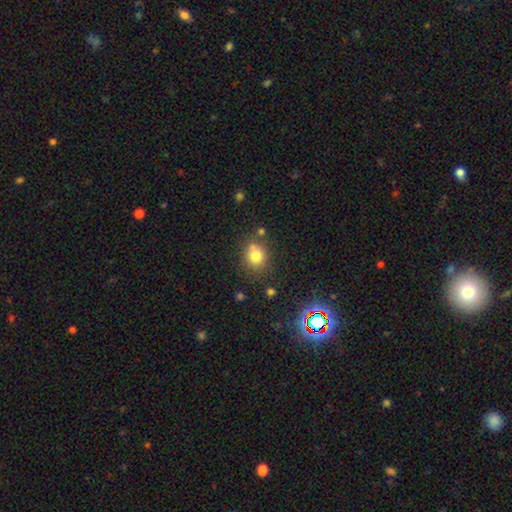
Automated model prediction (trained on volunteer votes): Morphology: type=smooth (77%); roundness=round (67%); merging=none (68%).